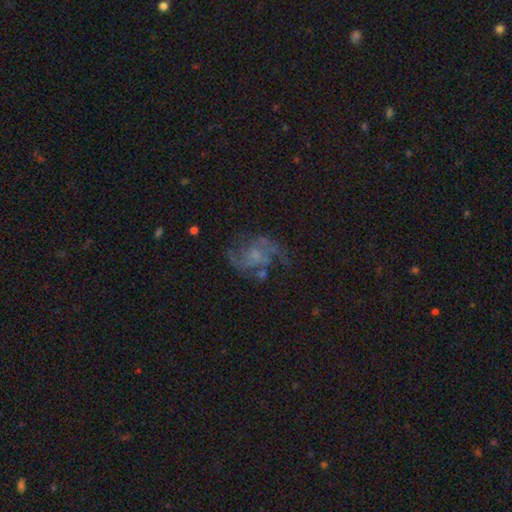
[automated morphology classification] Smooth or featured? featured or disk (73%)
Edge-on disk? no (98%)
Bar? no (64%)
Spiral arms? yes (88%)
Spiral winding? medium (44%)
Spiral arm count? 2 (75%)
Bulge size? none (37%)
Merging? none (56%)